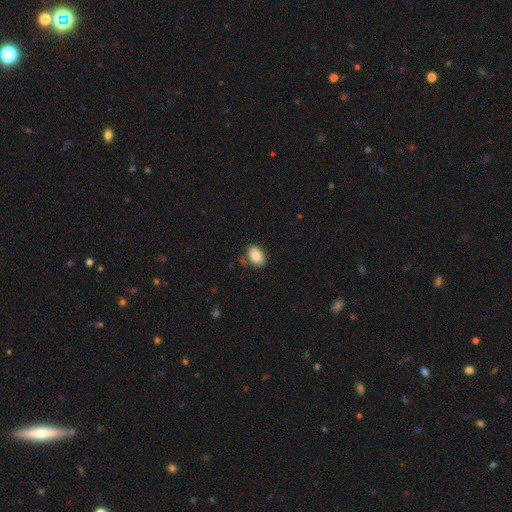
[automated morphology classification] Smooth or featured?
  - smooth: 85% *
  - star or artifact: 8%
  - featured or disk: 7%
How rounded?
  - in between: 87% *
  - round: 12%
  - cigar-shaped: 1%
Merging?
  - none: 71% *
  - minor disturbance: 20%
  - merger: 5%
  - major disturbance: 5%